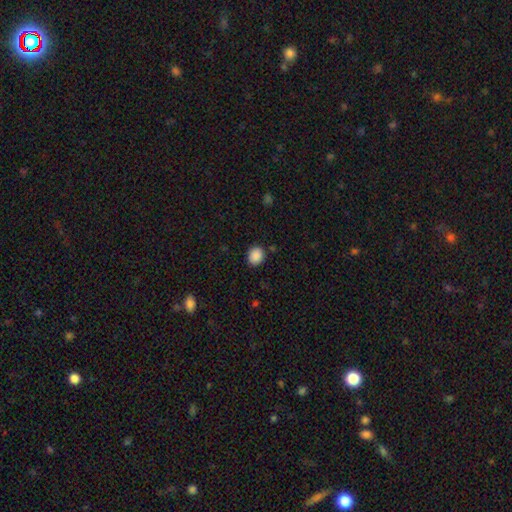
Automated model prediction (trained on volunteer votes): Morphology: type=smooth (89%); roundness=round (67%); merging=none (86%).